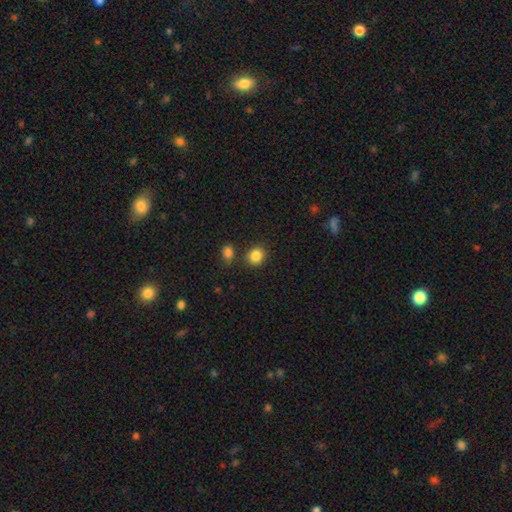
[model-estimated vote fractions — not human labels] smooth 86%, star or artifact 10%, featured or disk 4%. Down the decision tree: how rounded — round (73%); merging — none (80%).